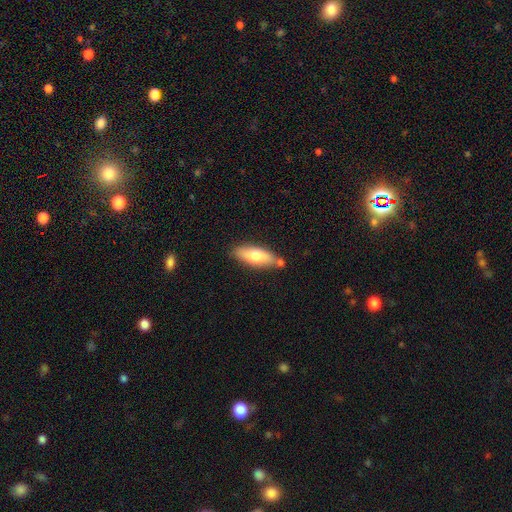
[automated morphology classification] A smooth galaxy with no disk features (70%) that is in between round and cigar-shaped (64%). Merging: none (70%).